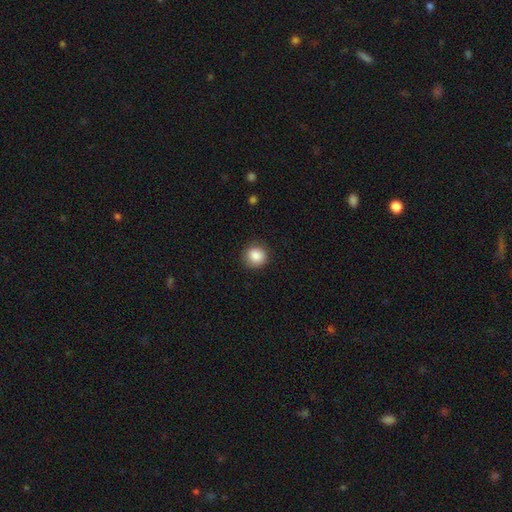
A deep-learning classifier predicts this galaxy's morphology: Q: Smooth or featured?
A: smooth (87%); runner-up: star or artifact (9%)
Q: How rounded?
A: round (90%); runner-up: in between (9%)
Q: Merging?
A: none (88%); runner-up: minor disturbance (9%)